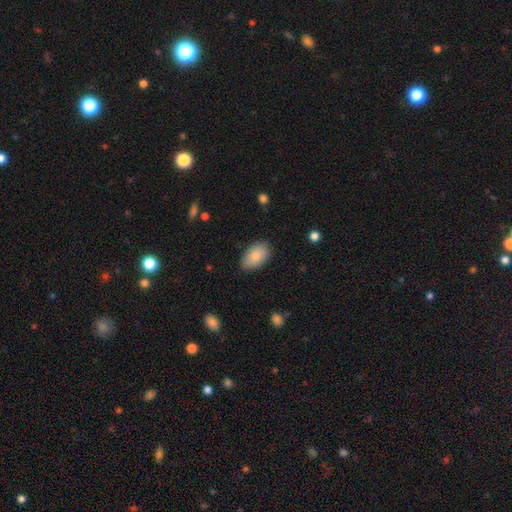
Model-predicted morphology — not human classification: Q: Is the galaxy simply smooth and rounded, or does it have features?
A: smooth — 83%.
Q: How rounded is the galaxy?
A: in between — 93%.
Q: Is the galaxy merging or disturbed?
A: none — 84%.